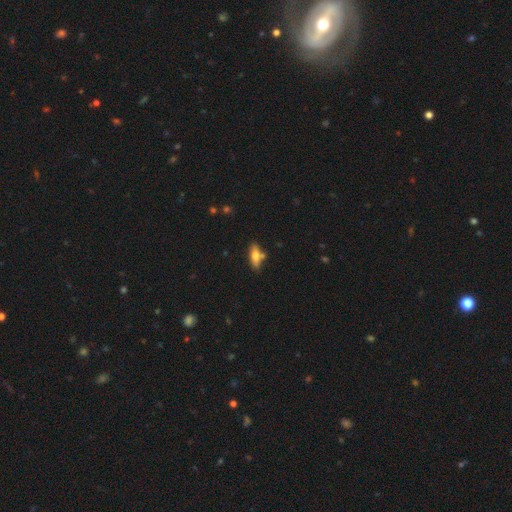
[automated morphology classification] smooth 64%, featured or disk 29%, star or artifact 8%. Down the decision tree: how rounded — in between (61%); merging — none (70%).